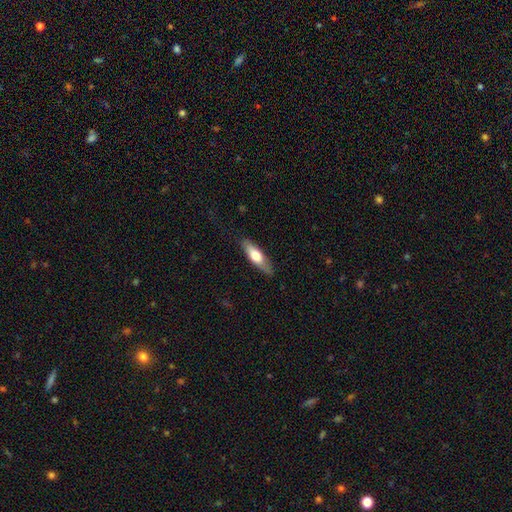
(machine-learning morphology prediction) Smooth or featured: smooth — 61% (featured or disk — 33%)
How rounded: cigar-shaped — 55% (in between — 43%)
Merging: none — 82% (minor disturbance — 14%)